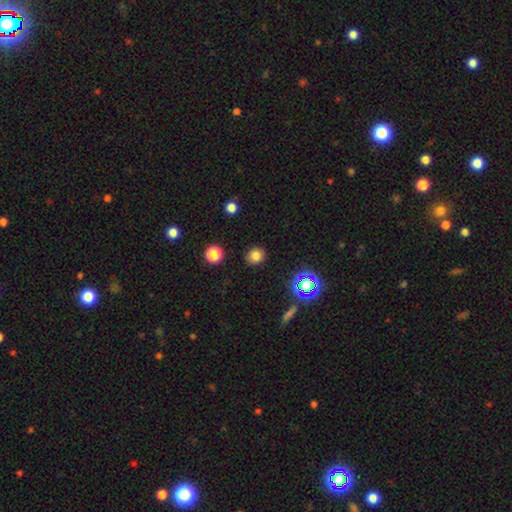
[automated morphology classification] smooth 79%, star or artifact 15%, featured or disk 6%. Down the decision tree: how rounded — round (82%); merging — none (89%).